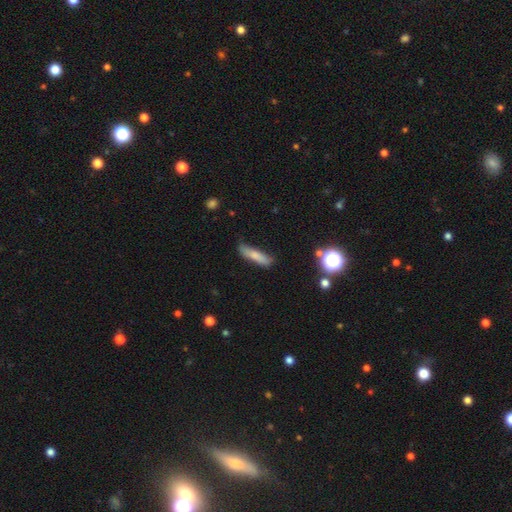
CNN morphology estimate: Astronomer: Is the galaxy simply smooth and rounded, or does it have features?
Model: smooth — 75%.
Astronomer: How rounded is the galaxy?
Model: cigar-shaped — 78%.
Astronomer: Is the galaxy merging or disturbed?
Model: none — 70%.